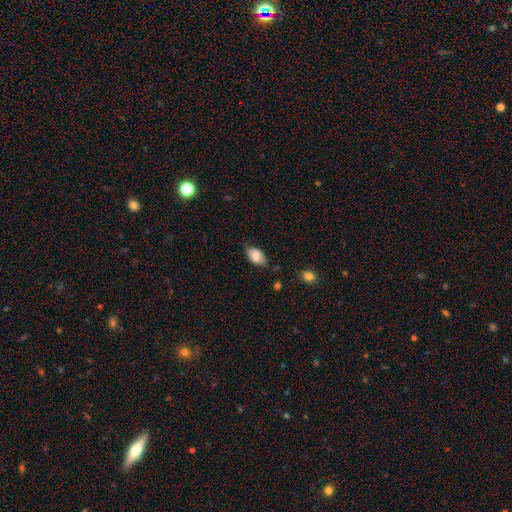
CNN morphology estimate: A smooth galaxy with no disk features (80%) that is in between round and cigar-shaped (89%). Merging: none (64%).